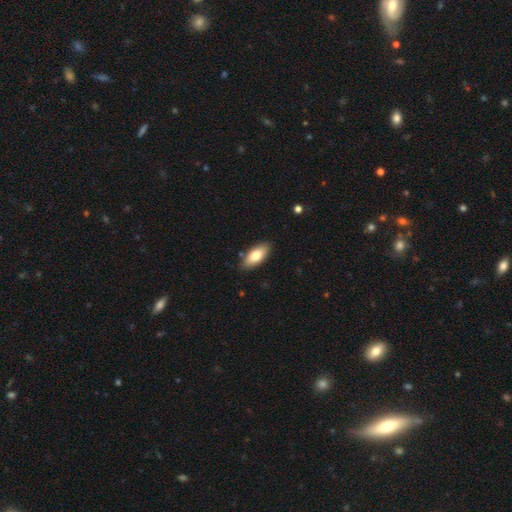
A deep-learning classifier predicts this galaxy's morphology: This appears to be a smooth galaxy with no disk features (77%) that is in between round and cigar-shaped (85%). Merging: none (85%).